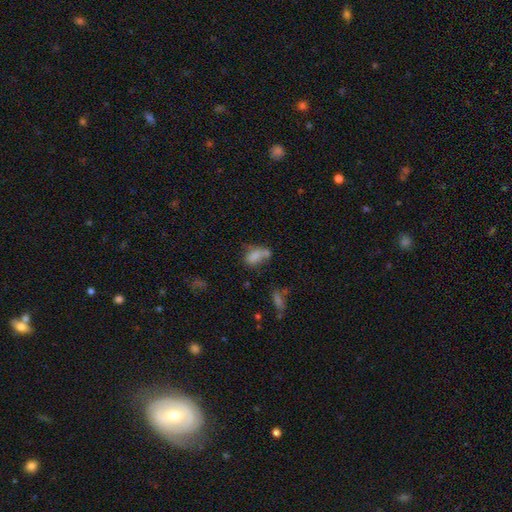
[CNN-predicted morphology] A smooth galaxy with no disk features (73%) that is in between round and cigar-shaped (83%). Merging: merger (35%).